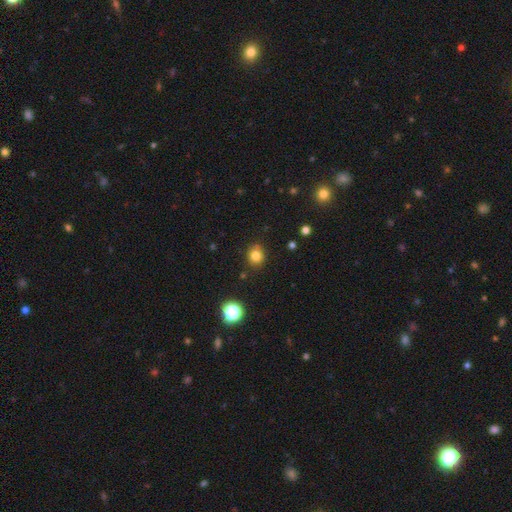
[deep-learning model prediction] This is clearly a smooth galaxy (81%). How rounded: likely round (79%). Merging: clearly none (86%).